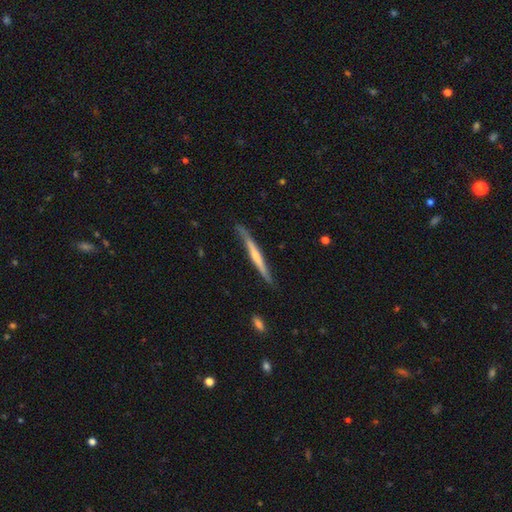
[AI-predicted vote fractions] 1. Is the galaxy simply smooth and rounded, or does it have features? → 71% featured or disk, 24% smooth, 6% star or artifact.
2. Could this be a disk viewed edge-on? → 96% yes, 4% no.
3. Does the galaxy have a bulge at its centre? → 56% rounded, 35% none, 9% boxy.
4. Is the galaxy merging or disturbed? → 83% none, 14% minor disturbance, 2% major disturbance, 1% merger.